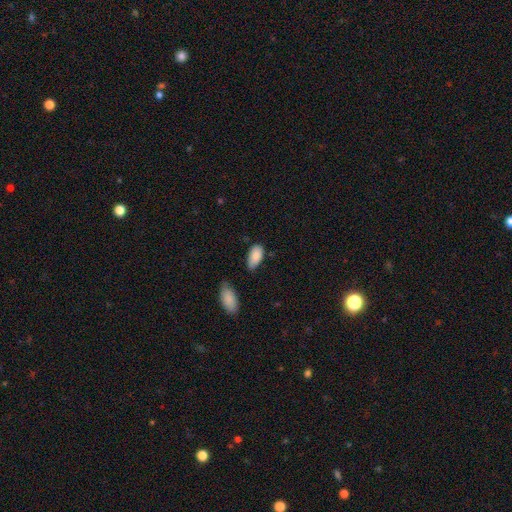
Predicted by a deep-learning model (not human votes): Smooth or featured? smooth (87%)
How rounded? in between (94%)
Merging? none (60%)